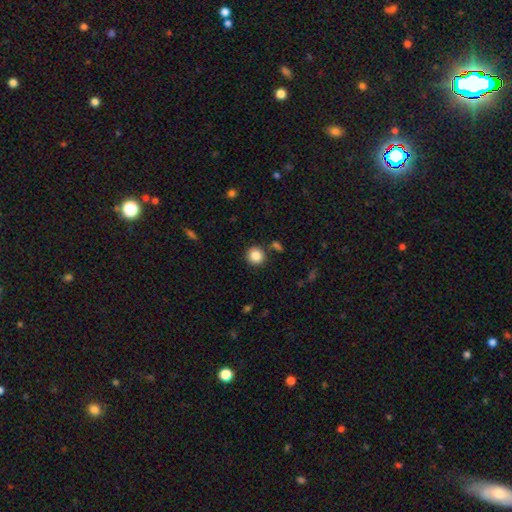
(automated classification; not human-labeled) This appears to be a smooth galaxy with no disk features (86%) that is round (93%). Merging: none (85%).